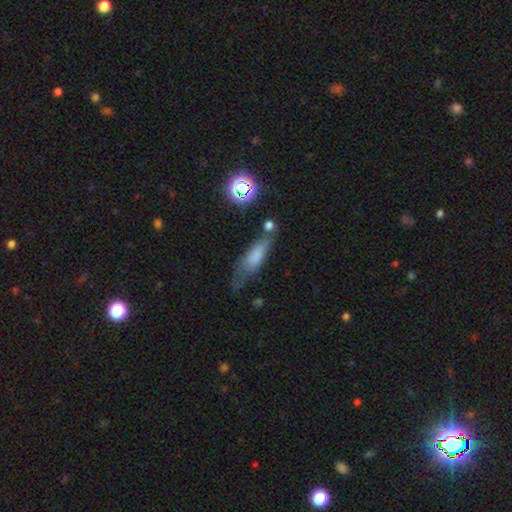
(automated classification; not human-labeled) Q: Smooth or featured?
A: smooth (67%); runner-up: featured or disk (20%)
Q: How rounded?
A: cigar-shaped (50%); runner-up: in between (45%)
Q: Merging?
A: none (42%); runner-up: minor disturbance (30%)